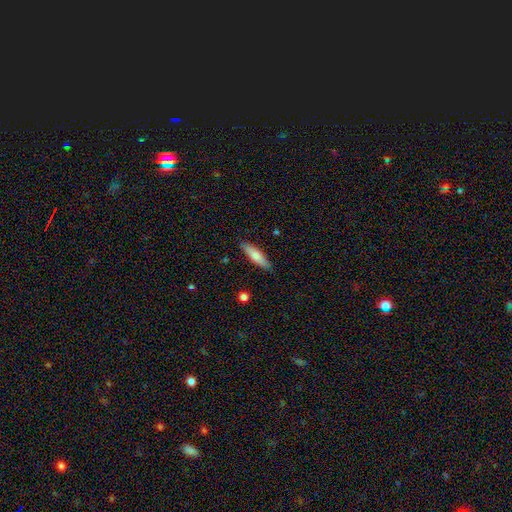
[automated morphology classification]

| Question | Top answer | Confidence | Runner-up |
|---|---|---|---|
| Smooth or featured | smooth | 73% | featured or disk (22%) |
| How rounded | cigar-shaped | 66% | in between (32%) |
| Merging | none | 87% | minor disturbance (10%) |